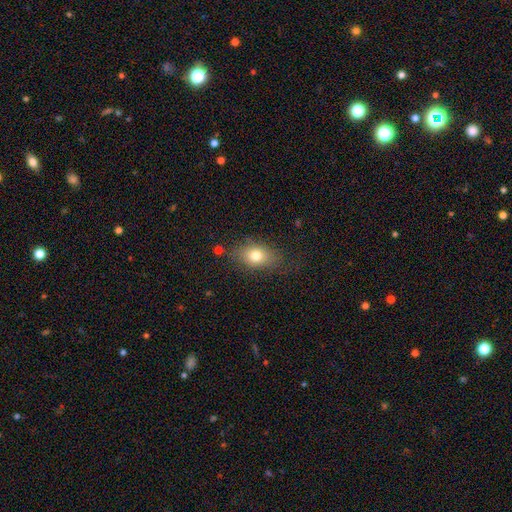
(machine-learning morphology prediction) This appears to be a smooth galaxy with no disk features (76%) that is in between round and cigar-shaped (72%). Merging: none (75%).